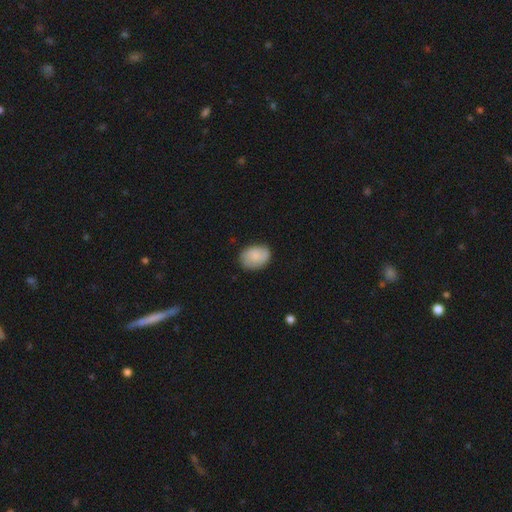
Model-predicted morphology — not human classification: Smooth or featured: smooth — 69% (featured or disk — 24%)
How rounded: in between — 71% (round — 28%)
Merging: none — 73% (minor disturbance — 21%)